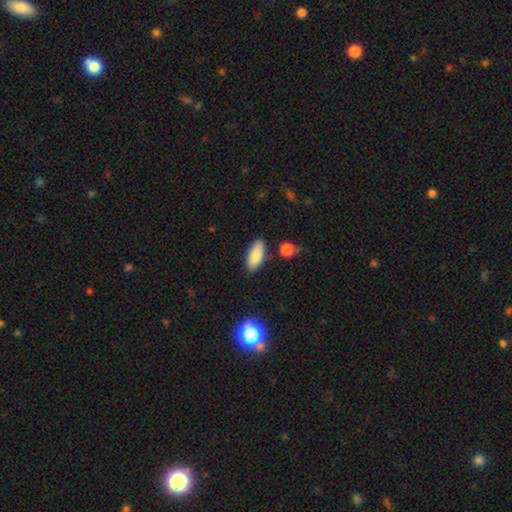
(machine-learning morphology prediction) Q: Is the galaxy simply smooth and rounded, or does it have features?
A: smooth — 85%.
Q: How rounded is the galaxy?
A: in between — 84%.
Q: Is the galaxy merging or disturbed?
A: none — 82%.